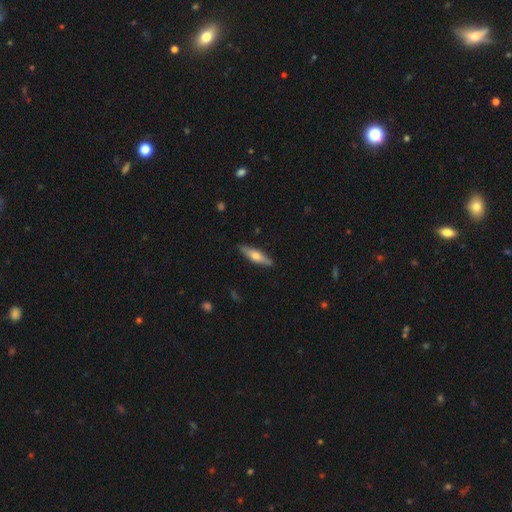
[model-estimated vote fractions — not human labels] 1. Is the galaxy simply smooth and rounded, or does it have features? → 54% smooth, 40% featured or disk, 6% star or artifact.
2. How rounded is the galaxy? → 65% cigar-shaped, 33% in between, 2% round.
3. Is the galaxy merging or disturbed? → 87% none, 10% minor disturbance, 2% major disturbance, 1% merger.